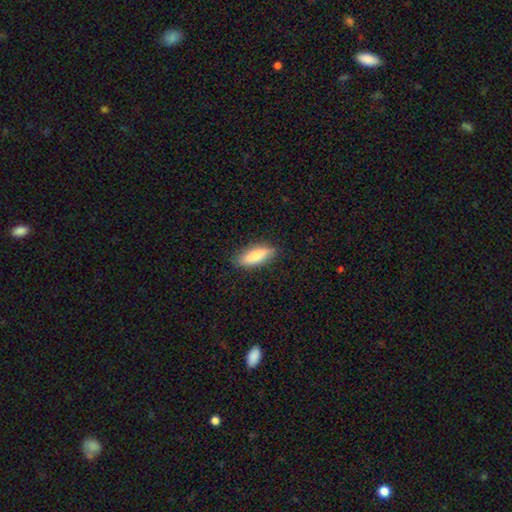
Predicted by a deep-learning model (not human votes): Morphology: type=smooth (75%); roundness=cigar-shaped (49%, tied with in between); merging=none (84%).